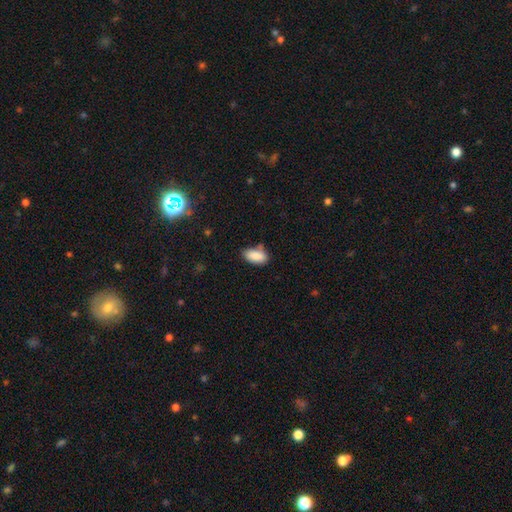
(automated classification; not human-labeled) This is clearly a smooth galaxy (86%). How rounded: clearly in between (92%). Merging: likely none (68%).